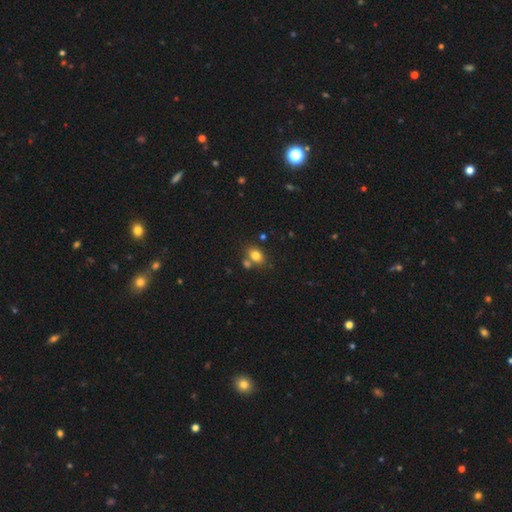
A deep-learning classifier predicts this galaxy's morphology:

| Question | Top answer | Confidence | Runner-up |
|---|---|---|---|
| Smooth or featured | smooth | 81% | star or artifact (11%) |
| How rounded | in between | 69% | round (29%) |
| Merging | none | 62% | merger (23%) |